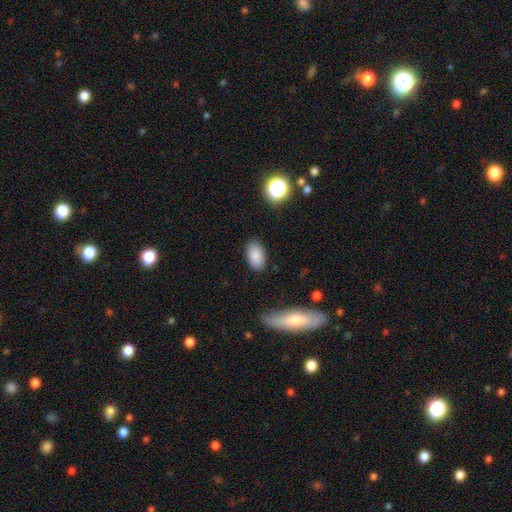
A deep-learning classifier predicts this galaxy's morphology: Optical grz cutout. It shows a smooth galaxy with no disk features (86%) that is in between round and cigar-shaped (93%). Merging: none (86%).